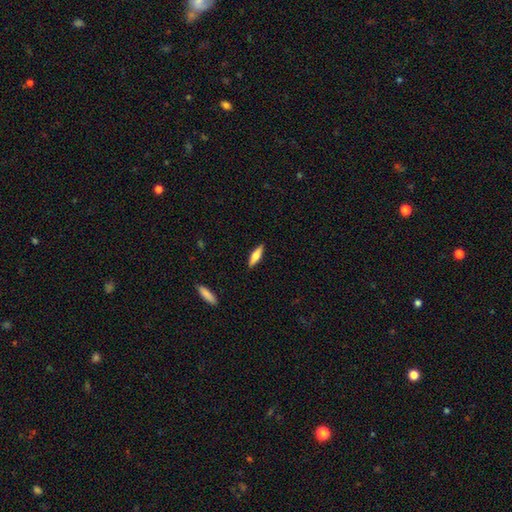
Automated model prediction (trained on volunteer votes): smooth 60%, featured or disk 34%, star or artifact 6%. Down the decision tree: how rounded — cigar-shaped (61%); merging — none (89%).